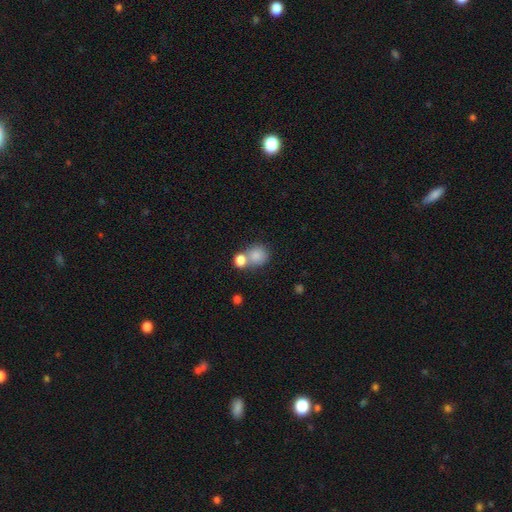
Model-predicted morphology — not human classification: This is clearly a smooth galaxy (82%). How rounded: likely round (77%). Merging: possibly merger (45%).